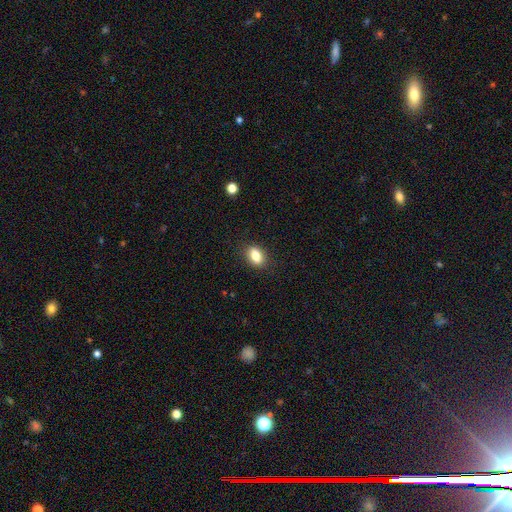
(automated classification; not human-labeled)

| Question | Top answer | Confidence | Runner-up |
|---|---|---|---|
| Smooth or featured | smooth | 83% | star or artifact (9%) |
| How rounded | in between | 84% | round (13%) |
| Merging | none | 87% | minor disturbance (10%) |